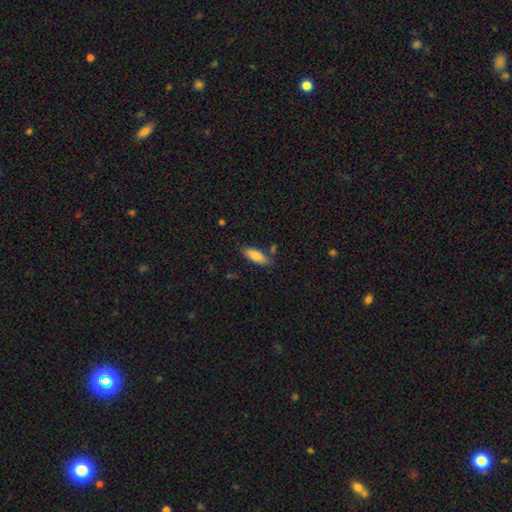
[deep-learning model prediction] A smooth galaxy with no disk features (84%) that is in between round and cigar-shaped (74%). Merging: none (77%).